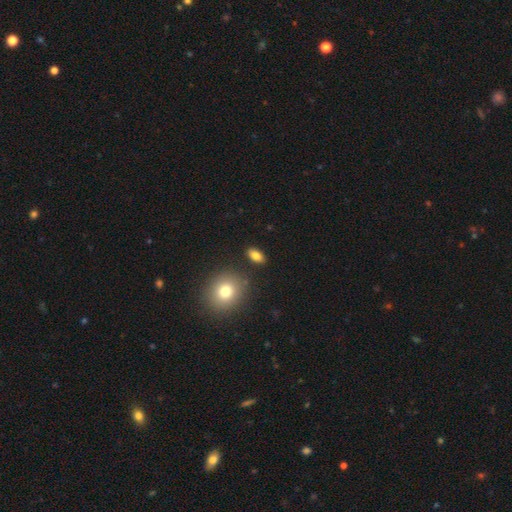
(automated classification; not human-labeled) Smooth or featured?
  - smooth: 83% *
  - star or artifact: 9%
  - featured or disk: 8%
How rounded?
  - in between: 87% *
  - round: 8%
  - cigar-shaped: 4%
Merging?
  - none: 87% *
  - minor disturbance: 8%
  - merger: 3%
  - major disturbance: 2%